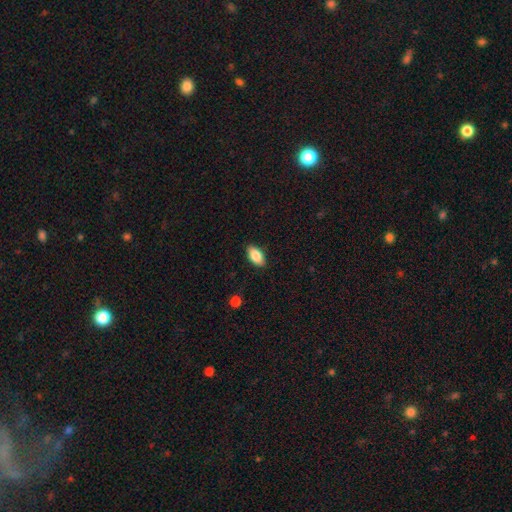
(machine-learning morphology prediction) smooth 86%, featured or disk 7%, star or artifact 7%. Down the decision tree: how rounded — in between (93%); merging — none (88%).